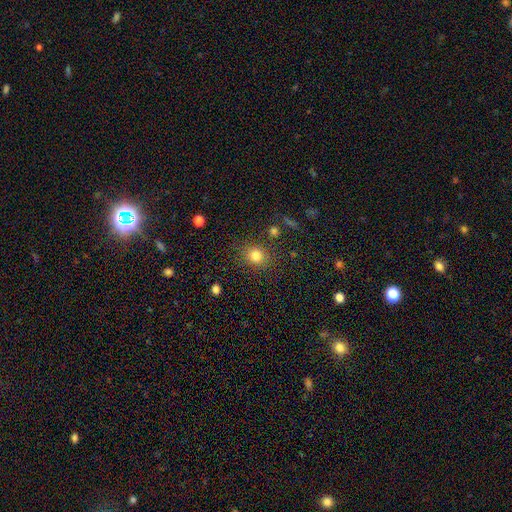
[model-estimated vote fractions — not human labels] Smooth or featured?
  - smooth: 82% *
  - star or artifact: 12%
  - featured or disk: 6%
How rounded?
  - round: 74% *
  - in between: 25%
  - cigar-shaped: 1%
Merging?
  - none: 83% *
  - minor disturbance: 10%
  - major disturbance: 4%
  - merger: 3%